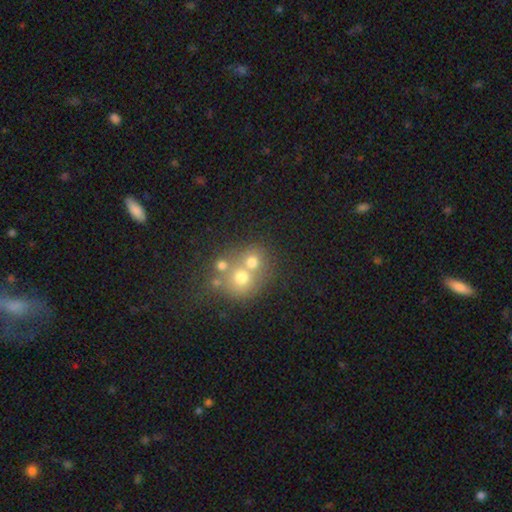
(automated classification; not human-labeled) smooth-or-featured: smooth: 60% | featured or disk: 23% | star or artifact: 17%
  how-rounded: round: 78% | in between: 21% | cigar-shaped: 1%
  merging: merger: 53% | none: 36% | minor disturbance: 7% | major disturbance: 4%